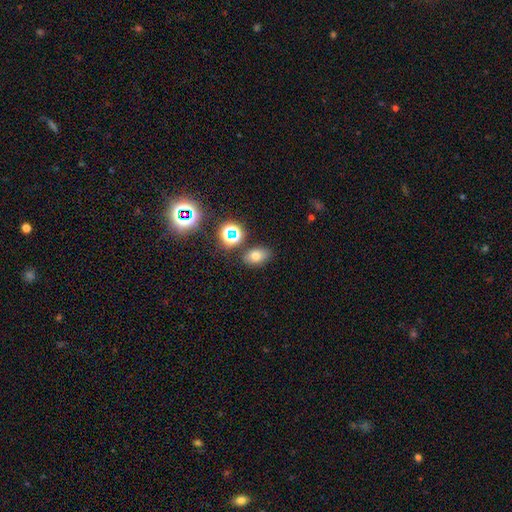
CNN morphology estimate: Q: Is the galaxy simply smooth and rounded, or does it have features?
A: smooth — 70%.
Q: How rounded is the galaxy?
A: in between — 80%.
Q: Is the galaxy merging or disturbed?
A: none — 82%.